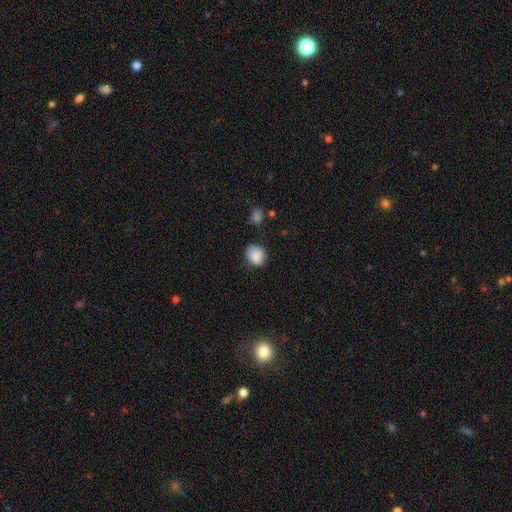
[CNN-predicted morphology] This is clearly a smooth galaxy (87%). How rounded: likely round (63%). Merging: likely none (70%).